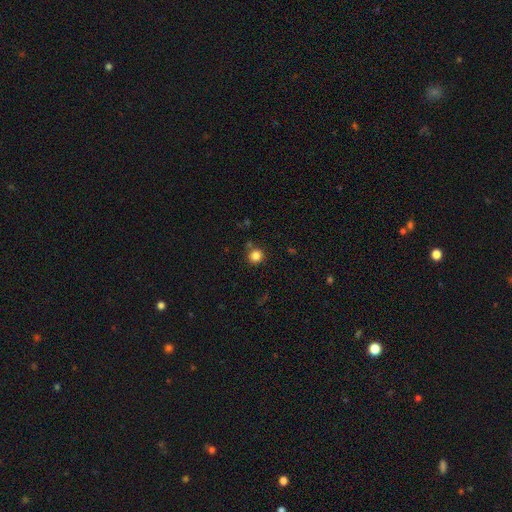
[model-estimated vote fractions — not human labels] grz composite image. It shows a smooth galaxy with no disk features (84%) that is round (91%). Merging: none (80%).